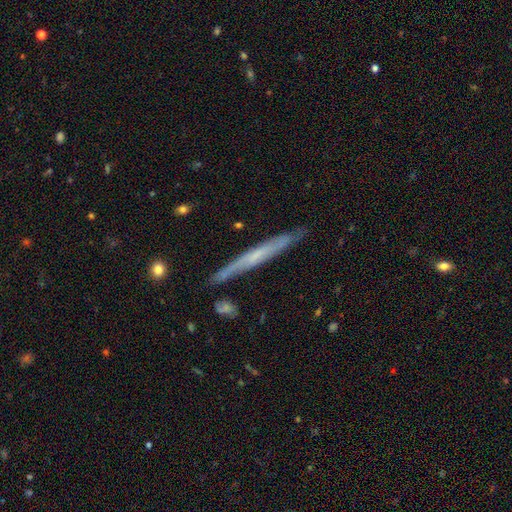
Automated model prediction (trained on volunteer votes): Smooth or featured? Predicted: featured or disk (p=0.58). Edge-on disk? Predicted: yes (p=0.93). Edge-on bulge? Predicted: none (p=0.73). Merging? Predicted: none (p=0.82).